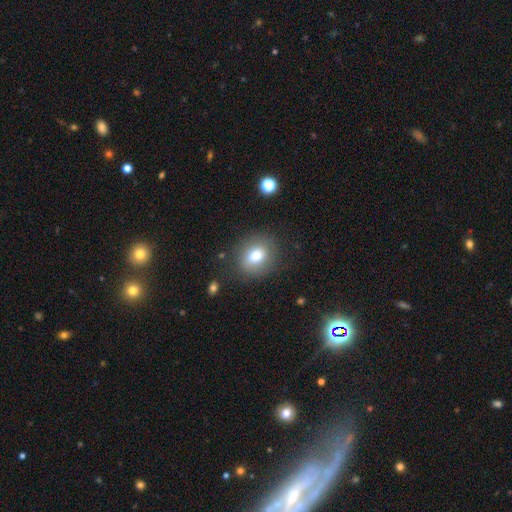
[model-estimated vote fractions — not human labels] A smooth galaxy with no disk features (77%) that is round (62%).

Vote fractions:
- Smooth or featured? smooth: 77% / featured or disk: 13% / star or artifact: 10%
- How rounded? round: 62% / in between: 37% / cigar-shaped: 1%
- Merging? none: 81% / minor disturbance: 12% / major disturbance: 5% / merger: 2%